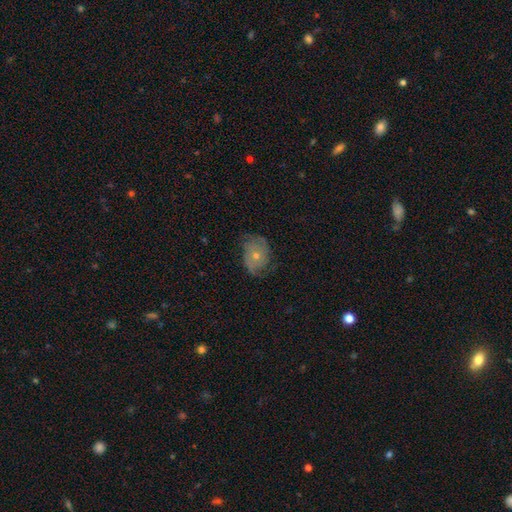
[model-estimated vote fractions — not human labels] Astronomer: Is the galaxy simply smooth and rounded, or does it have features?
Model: featured or disk — 62%.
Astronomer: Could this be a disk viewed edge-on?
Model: no — 96%.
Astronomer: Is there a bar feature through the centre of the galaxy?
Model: no — 83%.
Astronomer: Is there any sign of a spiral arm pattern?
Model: yes — 82%.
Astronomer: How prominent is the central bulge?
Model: small — 55% (runner-up: moderate, 40%).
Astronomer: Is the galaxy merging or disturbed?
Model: none — 62%.